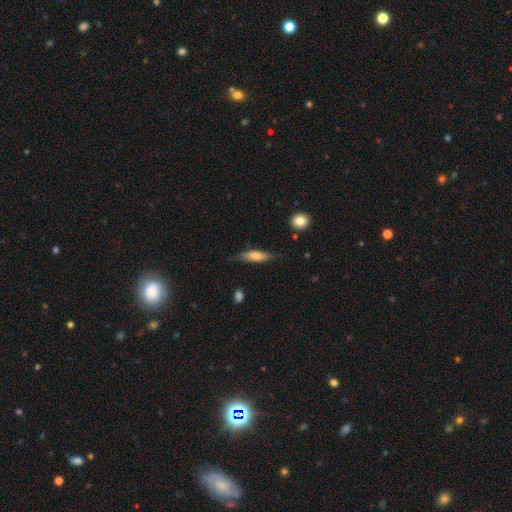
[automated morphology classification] Overall: smooth (63%; featured or disk 31%). How rounded: cigar-shaped (62%; in between 36%). Merging: none (72%).